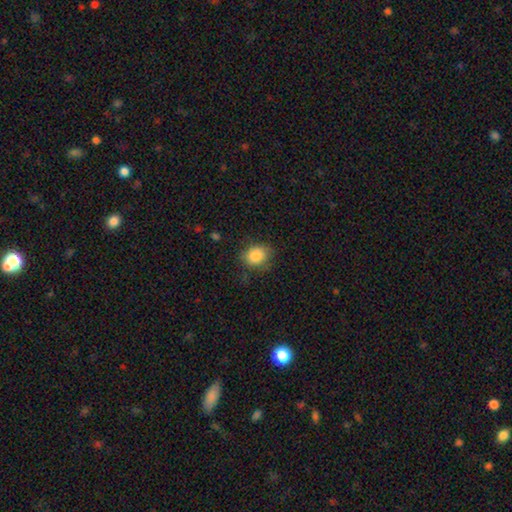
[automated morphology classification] Smooth or featured?
  - smooth: 86% *
  - star or artifact: 9%
  - featured or disk: 5%
How rounded?
  - round: 57% *
  - in between: 42%
  - cigar-shaped: 1%
Merging?
  - none: 74% *
  - minor disturbance: 19%
  - major disturbance: 6%
  - merger: 1%